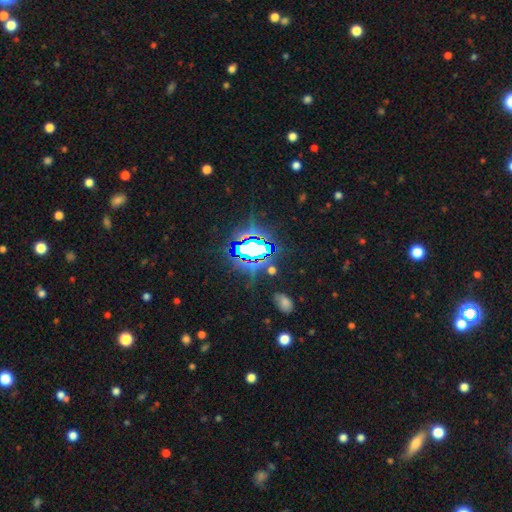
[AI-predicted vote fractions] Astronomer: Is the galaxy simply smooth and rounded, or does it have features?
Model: star or artifact — 73%.